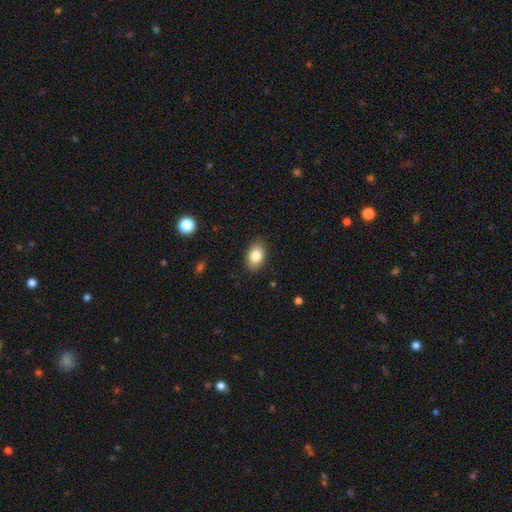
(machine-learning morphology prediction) Smooth or featured? Predicted: smooth (p=0.83). How rounded? Predicted: in between (p=0.87). Merging? Predicted: none (p=0.87).